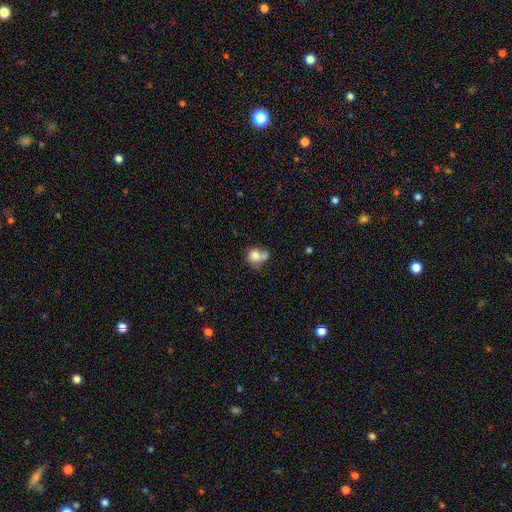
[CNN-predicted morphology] This is likely a smooth galaxy (76%). How rounded: likely round (63%). Merging: marginally merger (36%).